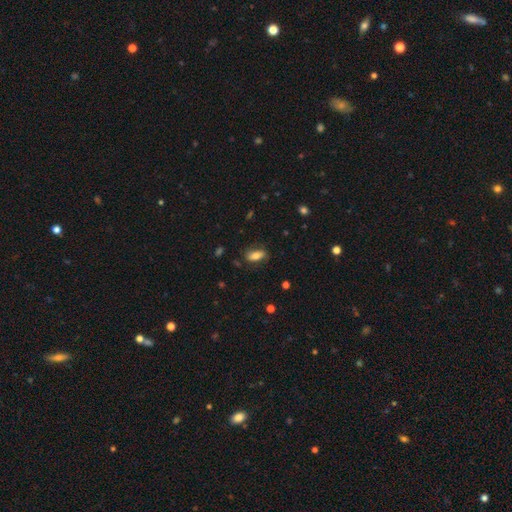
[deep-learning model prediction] smooth_or_featured: smooth (p=0.74) [alt: featured or disk p=0.17]
how_rounded: in between (p=0.82) [alt: cigar-shaped p=0.13]
merging: none (p=0.76) [alt: minor disturbance p=0.18]